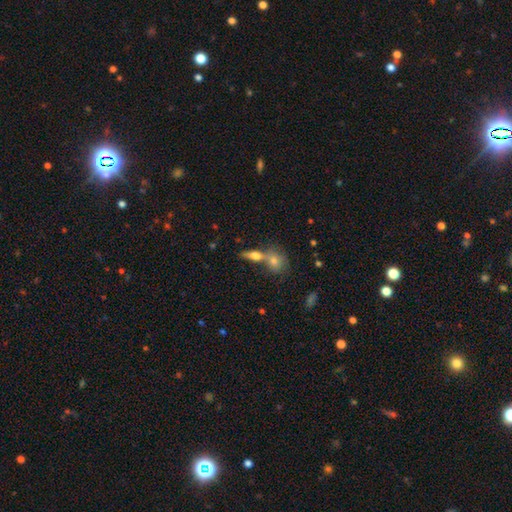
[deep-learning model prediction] A smooth galaxy with no disk features (57%) that is in between round and cigar-shaped (53%). Merging: none (47%).